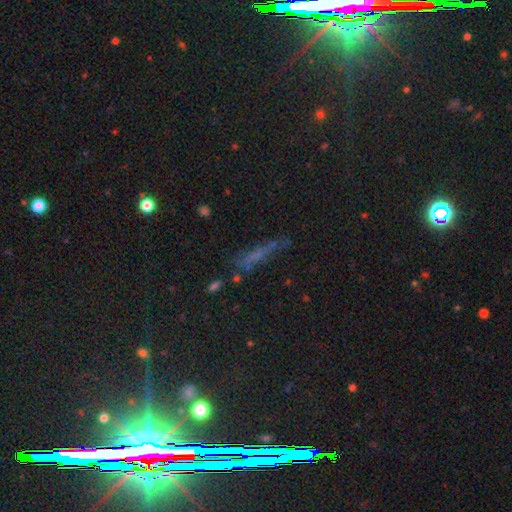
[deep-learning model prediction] Q: Smooth or featured?
A: smooth (41%); runner-up: star or artifact (33%)
Q: Merging?
A: none (65%); runner-up: minor disturbance (19%)